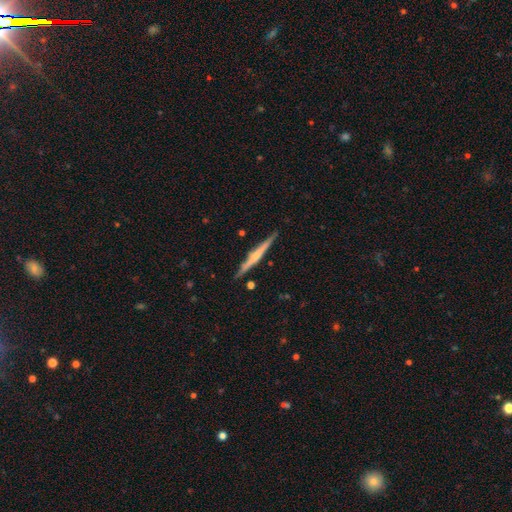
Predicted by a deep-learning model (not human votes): Smooth or featured: featured or disk — 62% (smooth — 32%)
Edge-on disk: yes — 98% (no — 2%)
Edge-on bulge: none — 43% (tied with rounded — 43%)
Merging: none — 89% (minor disturbance — 8%)